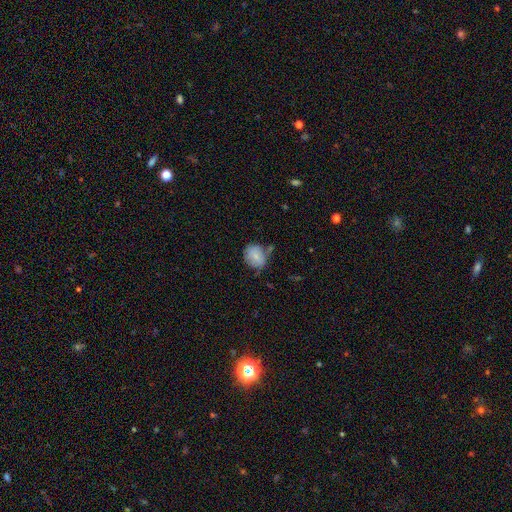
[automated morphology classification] smooth_or_featured: smooth (p=0.77) [alt: featured or disk p=0.15]
how_rounded: round (p=0.56) [alt: in between p=0.43]
merging: none (p=0.56) [alt: minor disturbance p=0.28]